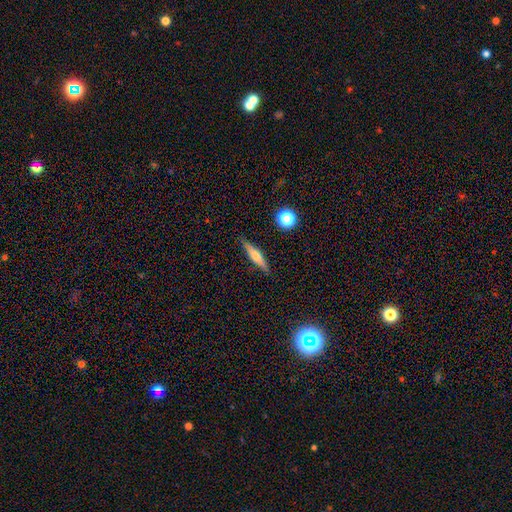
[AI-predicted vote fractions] smooth 50%, featured or disk 43%, star or artifact 7%. Down the decision tree: merging — none (87%).